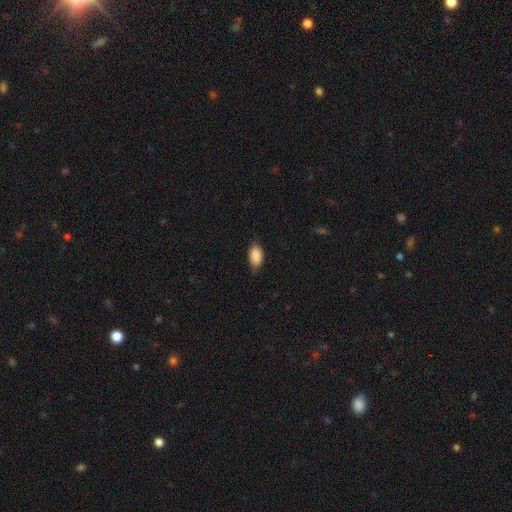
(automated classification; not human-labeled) A smooth galaxy with no disk features (88%) that is in between round and cigar-shaped (91%). Merging: none (68%).